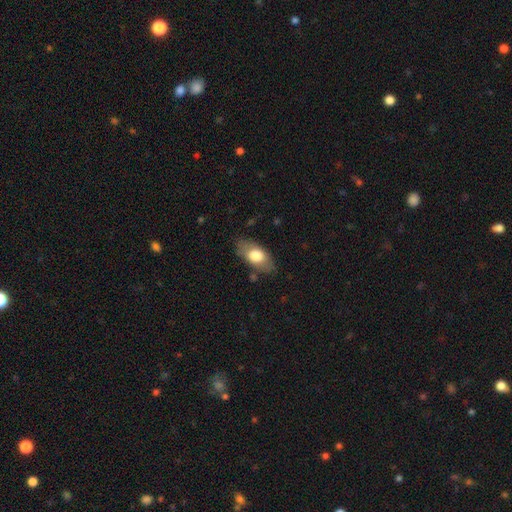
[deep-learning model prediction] Overall: smooth (71%). How rounded: in between (90%). Merging: none (78%).